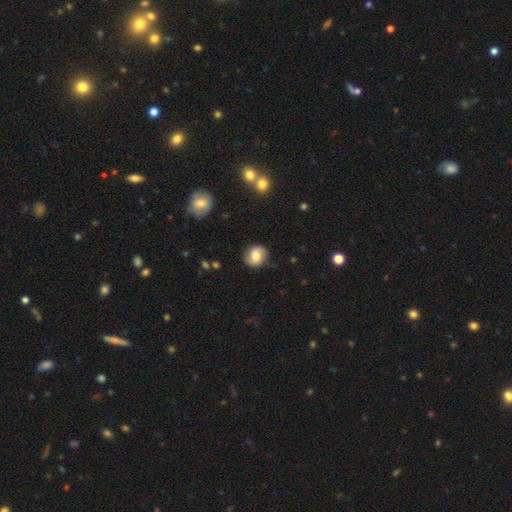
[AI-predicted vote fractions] Smooth or featured?
  - smooth: 55% *
  - featured or disk: 36%
  - star or artifact: 9%
How rounded?
  - round: 78% *
  - in between: 21%
  - cigar-shaped: 1%
Merging?
  - none: 84% *
  - minor disturbance: 12%
  - major disturbance: 3%
  - merger: 1%